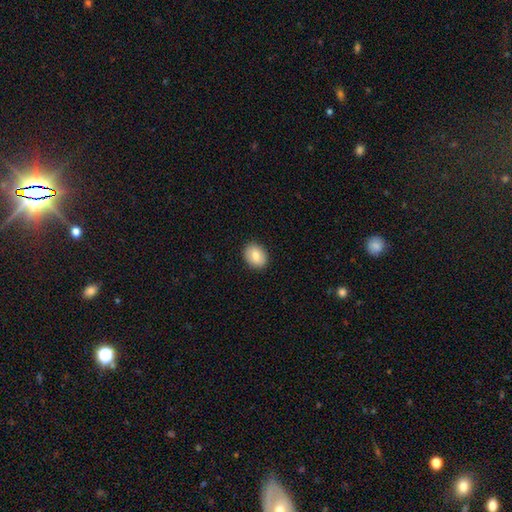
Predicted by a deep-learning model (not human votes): This is clearly a smooth galaxy (80%). How rounded: possibly in between (58%). Merging: clearly none (90%).